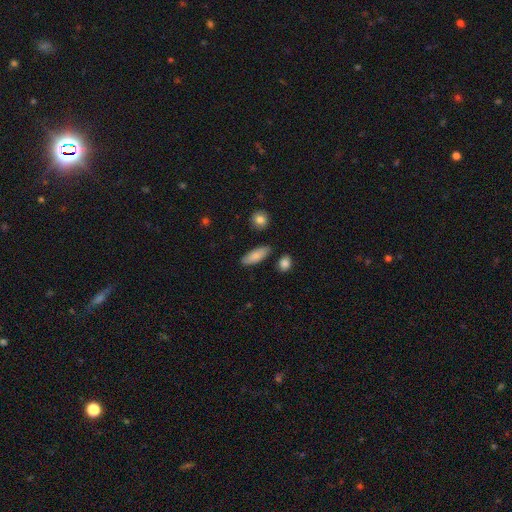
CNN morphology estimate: A smooth galaxy with no disk features (83%) that is in between round and cigar-shaped (76%). Merging: none (82%).